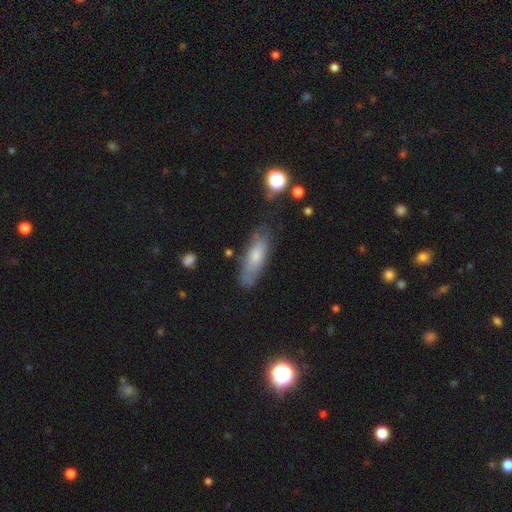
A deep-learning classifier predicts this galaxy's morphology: A smooth galaxy with no disk features (63%) that is in between round and cigar-shaped (53%). Merging: none (68%).